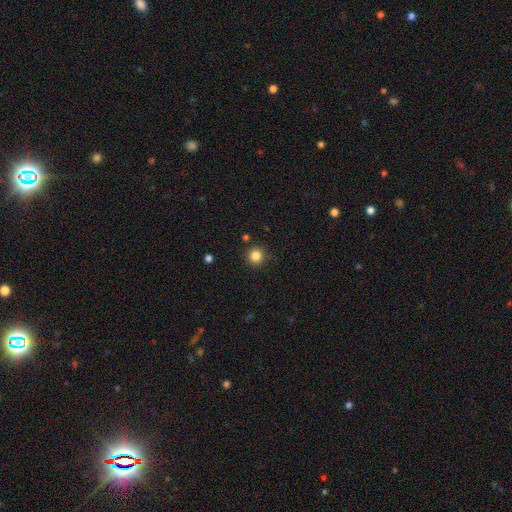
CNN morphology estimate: Q: Smooth or featured?
A: smooth (84%); runner-up: star or artifact (12%)
Q: How rounded?
A: round (95%); runner-up: in between (4%)
Q: Merging?
A: none (89%); runner-up: minor disturbance (7%)